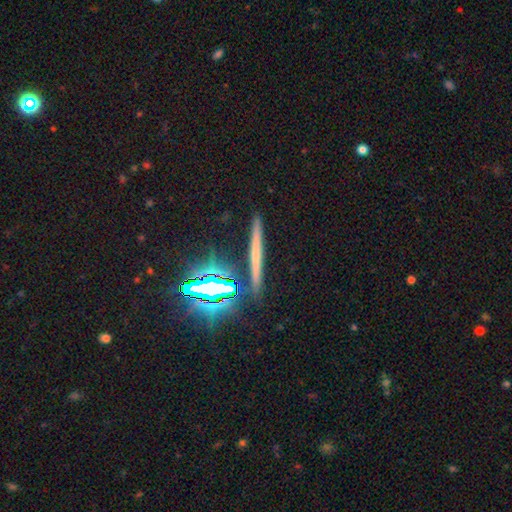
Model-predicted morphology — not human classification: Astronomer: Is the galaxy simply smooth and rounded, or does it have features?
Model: featured or disk — 37% (runner-up: smooth, 36%).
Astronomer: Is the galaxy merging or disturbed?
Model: none — 88%.